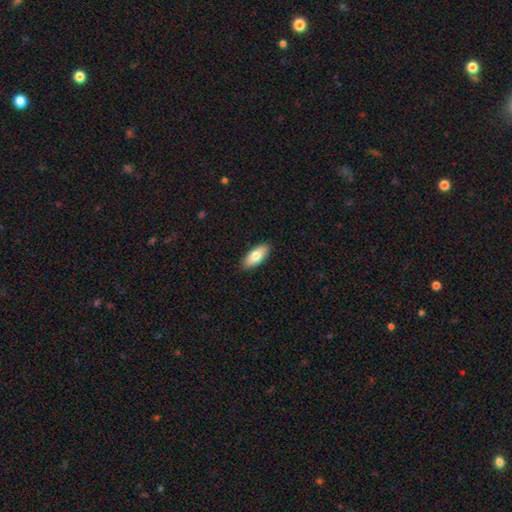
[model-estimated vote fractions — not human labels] A smooth galaxy with no disk features (78%) that is in between round and cigar-shaped (84%). Merging: none (89%).